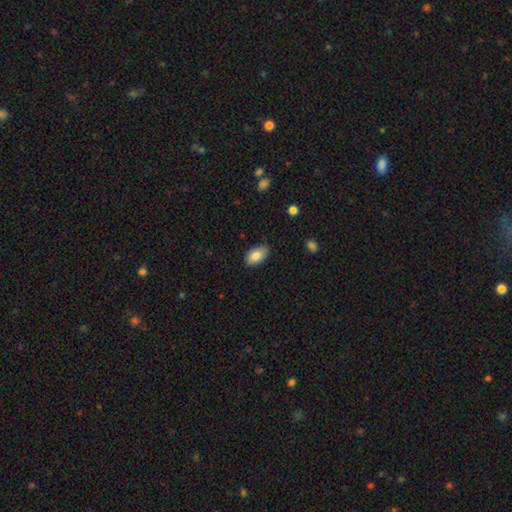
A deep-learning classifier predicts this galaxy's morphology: type=smooth (83%); roundness=in between (93%); merging=none (84%).